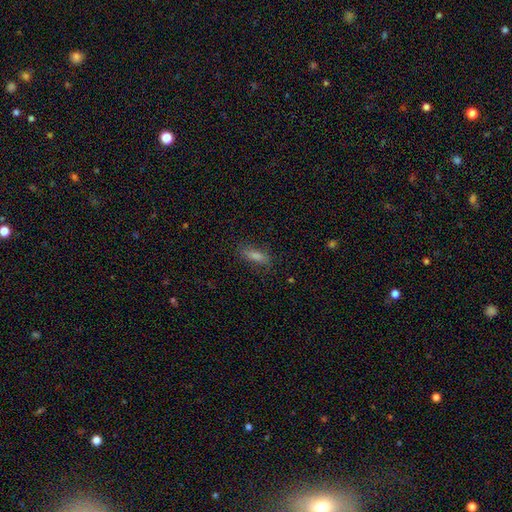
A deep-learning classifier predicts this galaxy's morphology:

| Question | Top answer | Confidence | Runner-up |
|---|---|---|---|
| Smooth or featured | smooth | 68% | featured or disk (16%) |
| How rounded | cigar-shaped | 48% | tied: in between (48%) |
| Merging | none | 81% | minor disturbance (13%) |